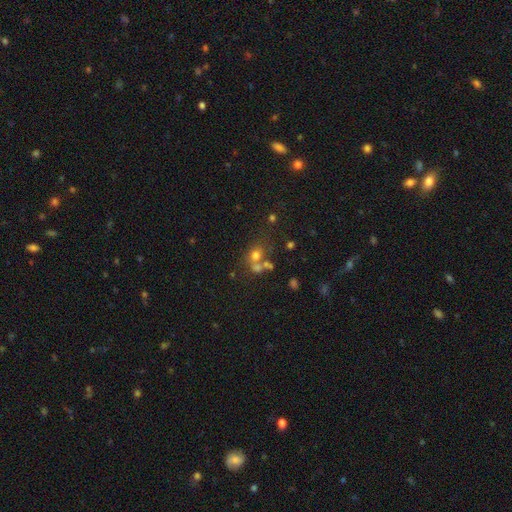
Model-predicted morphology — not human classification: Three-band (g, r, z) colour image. It shows a smooth galaxy with no disk features (63%) that is round (70%). Merging: none (43%).